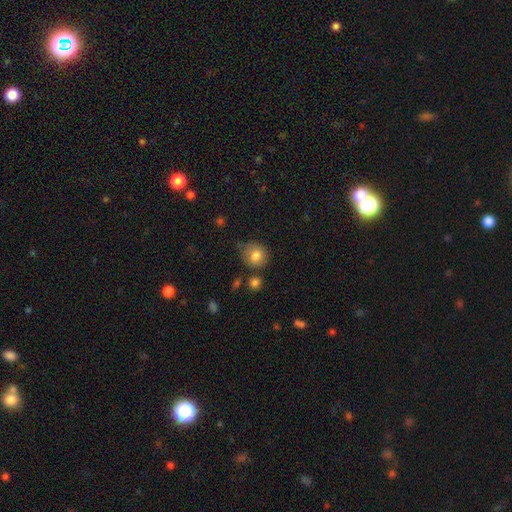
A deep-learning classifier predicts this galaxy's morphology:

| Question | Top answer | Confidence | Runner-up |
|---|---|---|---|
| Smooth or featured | smooth | 81% | star or artifact (9%) |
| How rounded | round | 83% | in between (16%) |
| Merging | none | 69% | minor disturbance (20%) |